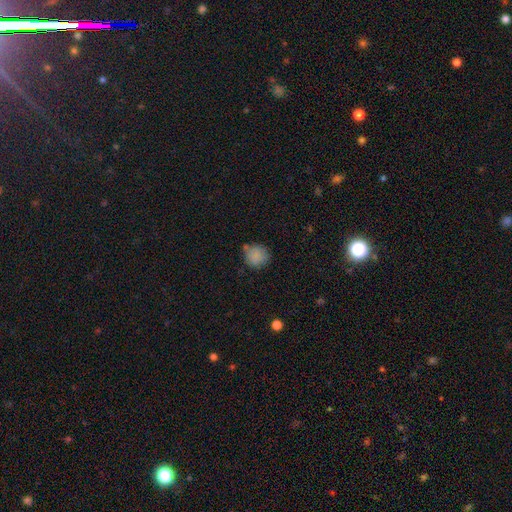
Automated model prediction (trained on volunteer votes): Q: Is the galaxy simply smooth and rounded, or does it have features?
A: smooth — 85%.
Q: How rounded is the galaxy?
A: round — 87%.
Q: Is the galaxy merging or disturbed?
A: none — 67%.